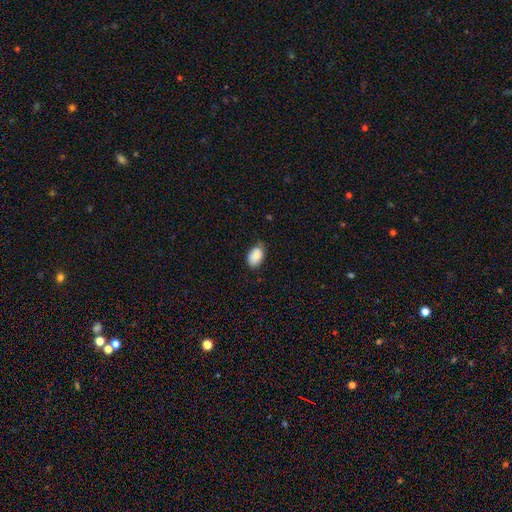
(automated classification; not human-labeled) Morphology: type=smooth (85%); roundness=in between (88%); merging=none (66%).